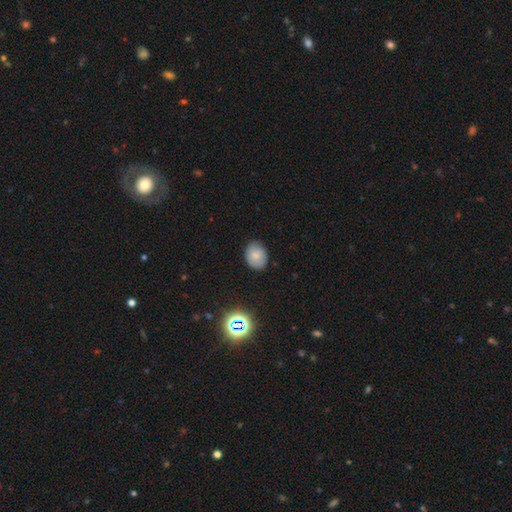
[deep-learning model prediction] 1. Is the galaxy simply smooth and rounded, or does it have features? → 77% smooth, 12% featured or disk, 11% star or artifact.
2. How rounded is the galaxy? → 60% in between, 39% round, 1% cigar-shaped.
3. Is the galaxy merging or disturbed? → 80% none, 16% minor disturbance, 3% major disturbance, 1% merger.